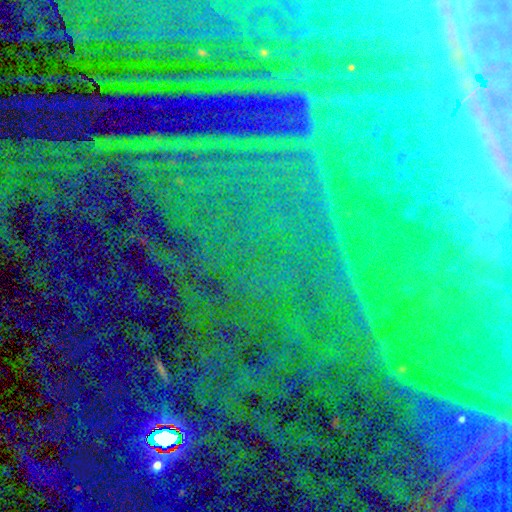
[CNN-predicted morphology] A star or artifact, not a galaxy (84%).

Vote fractions:
- Smooth or featured? star or artifact: 84% / featured or disk: 9% / smooth: 7%